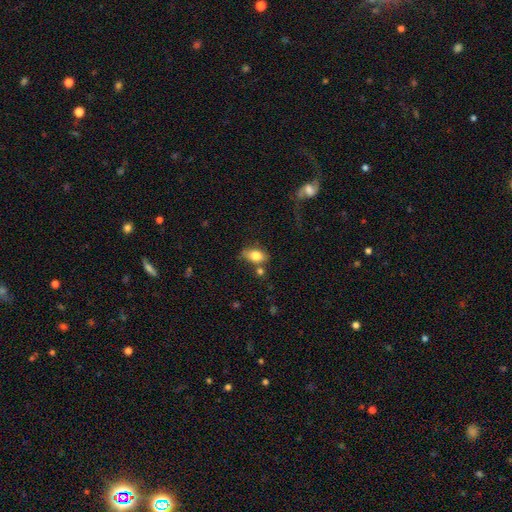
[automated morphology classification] smooth-or-featured: smooth: 78% | featured or disk: 14% | star or artifact: 8%
  how-rounded: in between: 84% | round: 12% | cigar-shaped: 4%
  merging: none: 57% | minor disturbance: 23% | merger: 11% | major disturbance: 8%